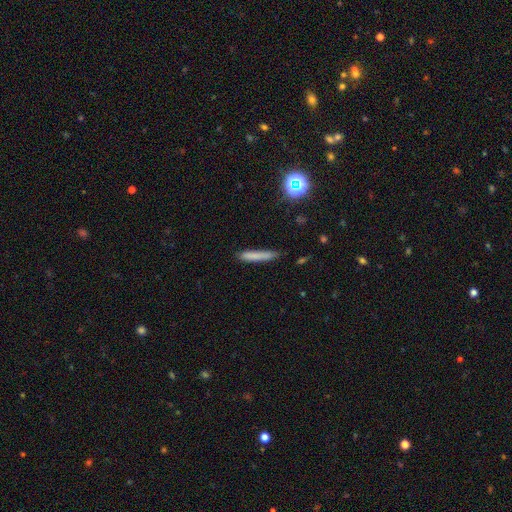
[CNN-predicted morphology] Smooth or featured?
  - smooth: 76% *
  - featured or disk: 14%
  - star or artifact: 10%
How rounded?
  - cigar-shaped: 93% *
  - in between: 6%
  - round: 2%
Merging?
  - none: 80% *
  - minor disturbance: 15%
  - major disturbance: 3%
  - merger: 2%